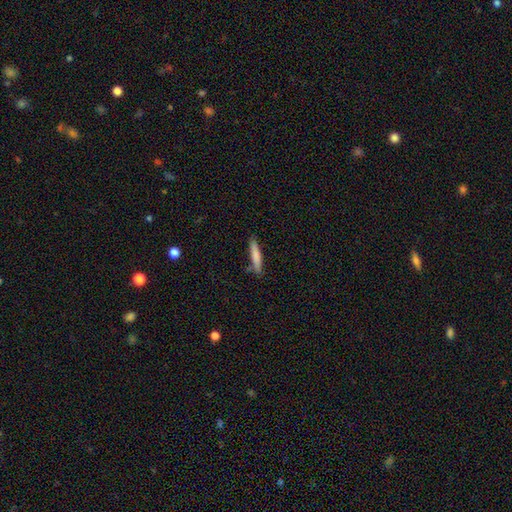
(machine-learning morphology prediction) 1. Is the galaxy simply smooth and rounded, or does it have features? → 78% smooth, 16% featured or disk, 6% star or artifact.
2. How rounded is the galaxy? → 90% cigar-shaped, 8% in between, 1% round.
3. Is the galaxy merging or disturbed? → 81% none, 14% minor disturbance, 3% merger, 2% major disturbance.